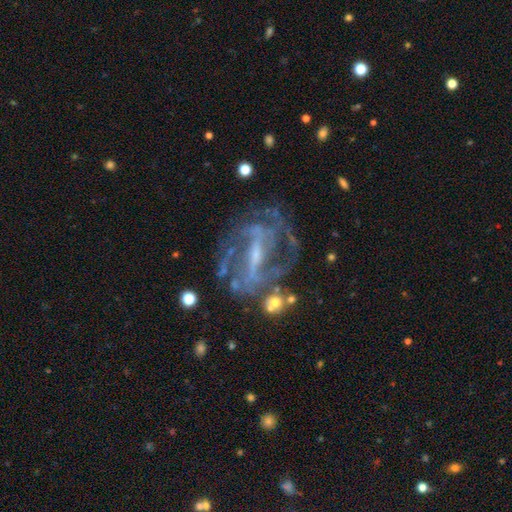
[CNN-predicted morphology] The model was most divided on "spiral winding": tight: 44%, medium: 41%, loose: 15%. Remaining: edge-on disk — no (92%); spiral arms — yes (87%); smooth or featured — featured or disk (84%); merging — none (64%); bar — strong (59%); bulge size — small (54%); spiral arm count — 2 (39%).